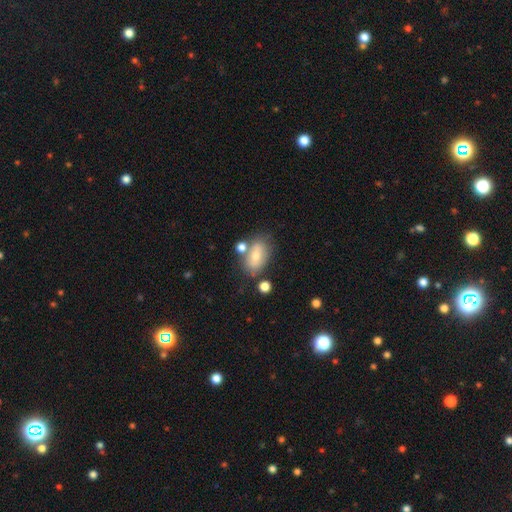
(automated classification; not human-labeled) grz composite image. It shows a smooth galaxy with no disk features (67%) that is in between round and cigar-shaped (85%). Merging: none (59%).